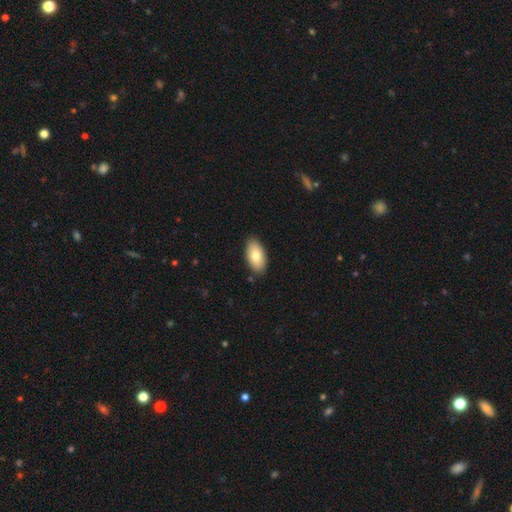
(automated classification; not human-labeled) A smooth galaxy with no disk features (79%) that is in between round and cigar-shaped (94%).

Vote fractions:
- Smooth or featured? smooth: 79% / featured or disk: 15% / star or artifact: 6%
- How rounded? in between: 94% / round: 3% / cigar-shaped: 2%
- Merging? none: 87% / minor disturbance: 10% / major disturbance: 2% / merger: 1%